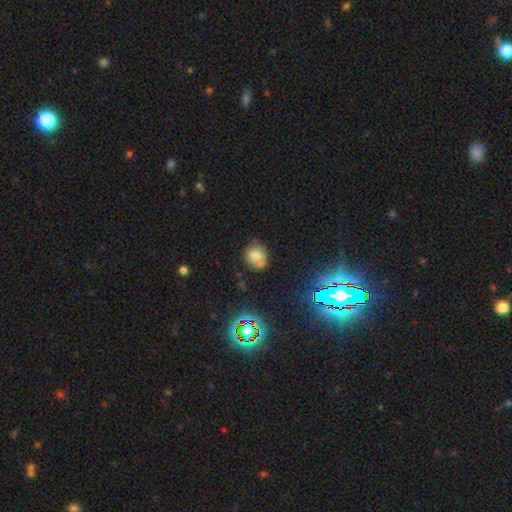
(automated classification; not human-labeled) Morphology: type=smooth (67%); roundness=round (76%); merging=none (61%).